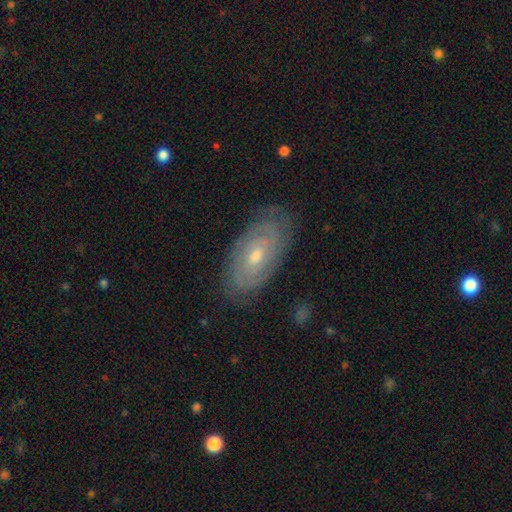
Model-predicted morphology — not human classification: Overall: featured or disk (72%). Edge-on disk: no (90%). Bar: no (65%; weak 29%). Spiral arms: yes (85%). Spiral arm count: can't tell (55%; 2 24%). Spiral winding: tight (76%). Bulge size: small (53%; moderate 44%). Merging: none (83%).